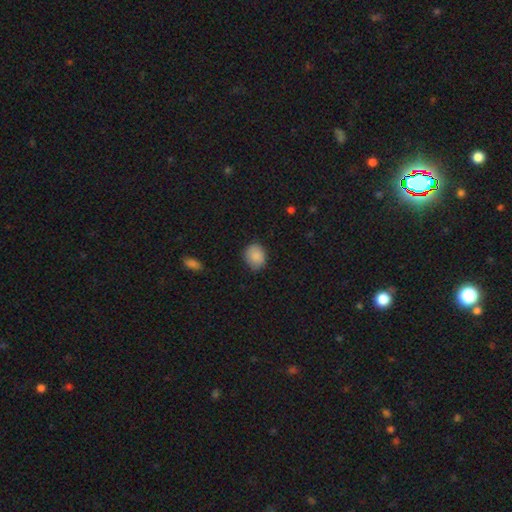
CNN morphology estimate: smooth_or_featured: smooth (p=0.88) [alt: star or artifact p=0.08]
how_rounded: round (p=0.60) [alt: in between p=0.39]
merging: none (p=0.80) [alt: minor disturbance p=0.16]